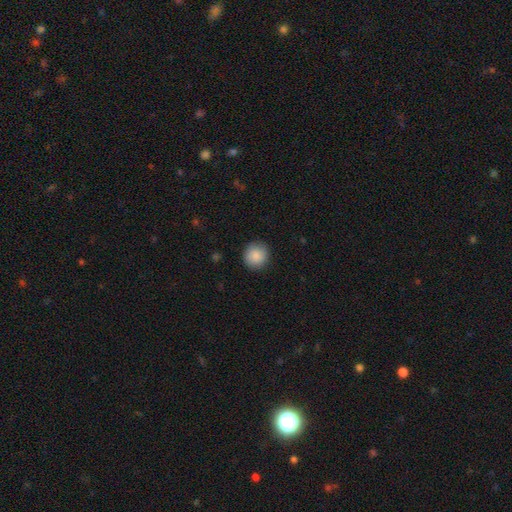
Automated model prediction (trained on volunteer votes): Q: Smooth or featured?
A: smooth (89%); runner-up: star or artifact (8%)
Q: How rounded?
A: round (90%); runner-up: in between (9%)
Q: Merging?
A: none (89%); runner-up: minor disturbance (8%)